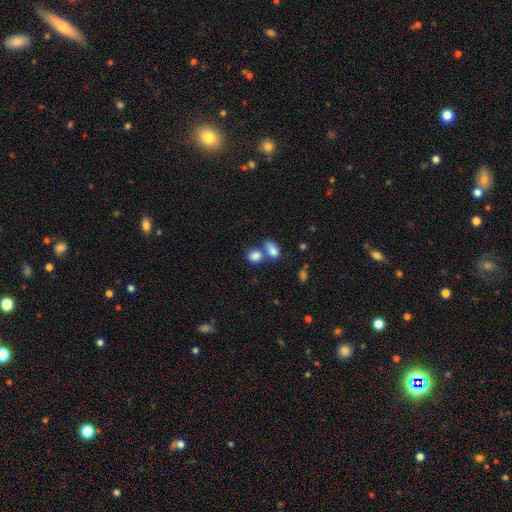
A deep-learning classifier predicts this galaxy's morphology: Smooth or featured? Predicted: smooth (p=0.84). How rounded? Predicted: in between (p=0.50). Merging? Predicted: merger (p=0.50).